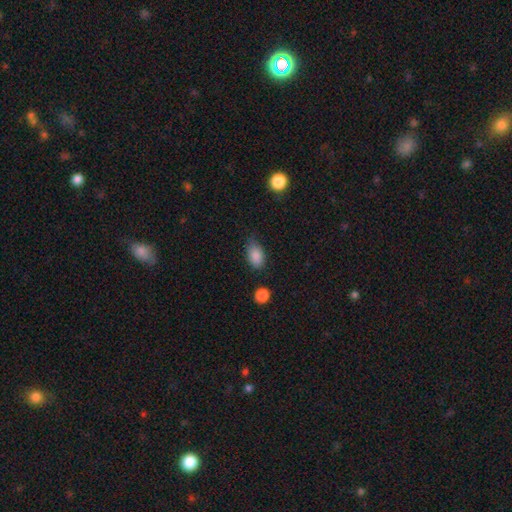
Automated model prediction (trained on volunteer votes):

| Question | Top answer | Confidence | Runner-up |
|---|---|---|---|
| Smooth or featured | smooth | 87% | star or artifact (8%) |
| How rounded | in between | 89% | round (8%) |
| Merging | none | 64% | minor disturbance (28%) |